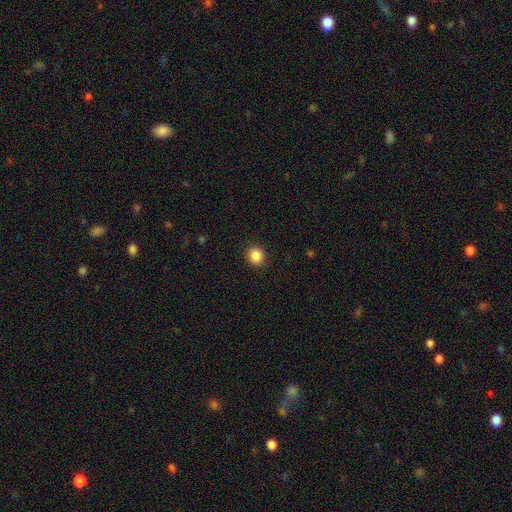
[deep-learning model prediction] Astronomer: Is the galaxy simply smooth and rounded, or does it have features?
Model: smooth — 87%.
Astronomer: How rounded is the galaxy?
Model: round — 84%.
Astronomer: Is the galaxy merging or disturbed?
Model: none — 91%.